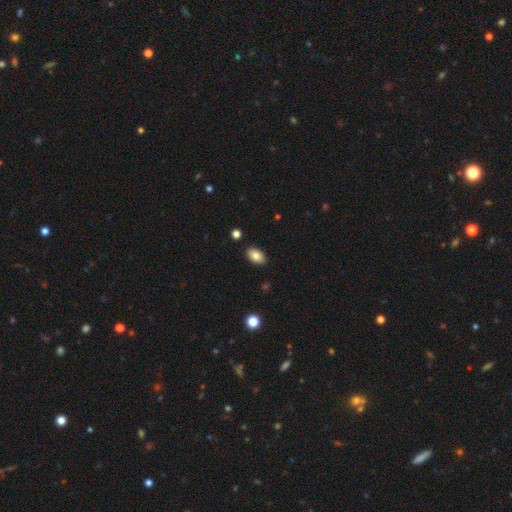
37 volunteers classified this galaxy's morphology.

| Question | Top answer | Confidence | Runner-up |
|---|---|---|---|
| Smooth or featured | smooth | 97% | star or artifact (3%) |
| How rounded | in between | 89% | round (6%) |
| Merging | none | 89% | major disturbance (8%) |